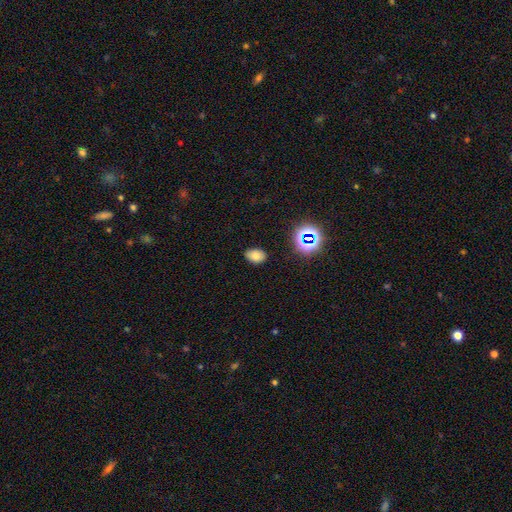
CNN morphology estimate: A smooth galaxy with no disk features (75%) that is in between round and cigar-shaped (78%). Merging: none (85%).